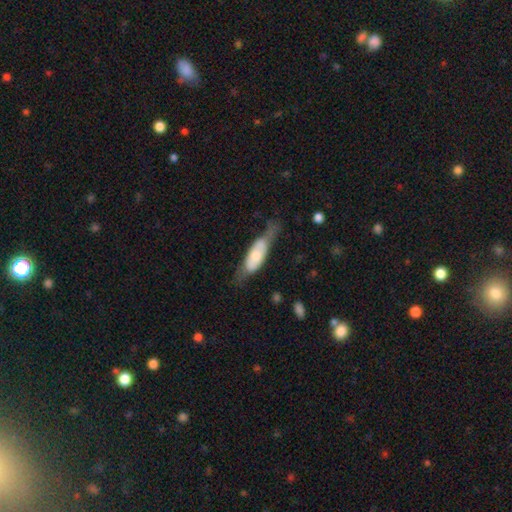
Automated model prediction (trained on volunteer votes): A smooth galaxy with no disk features (52%) that is in between round and cigar-shaped (62%). Merging: none (43%).